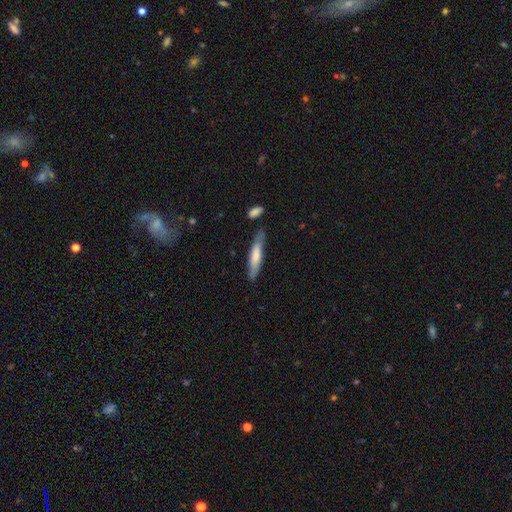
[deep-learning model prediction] Overall: smooth (65%; featured or disk 29%). How rounded: cigar-shaped (85%). Merging: none (74%).